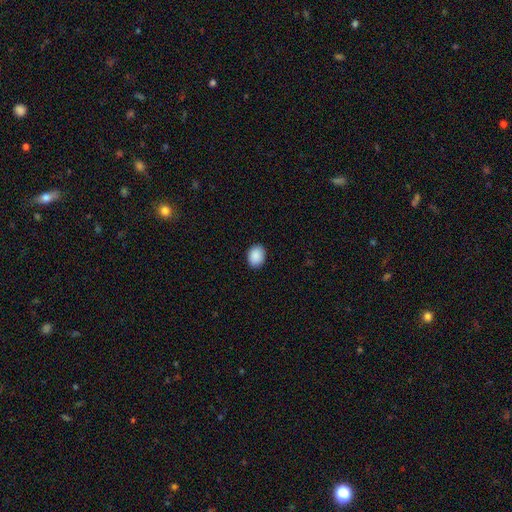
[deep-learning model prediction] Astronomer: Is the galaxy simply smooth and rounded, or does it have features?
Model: smooth — 90%.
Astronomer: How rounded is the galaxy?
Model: in between — 60% (runner-up: round, 39%).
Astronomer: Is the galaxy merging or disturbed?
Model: none — 90%.